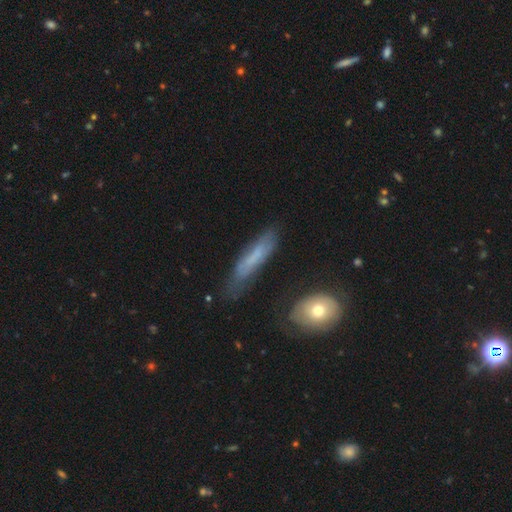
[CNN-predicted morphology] This is possibly a smooth galaxy (57%). How rounded: likely cigar-shaped (78%). Merging: likely none (61%).